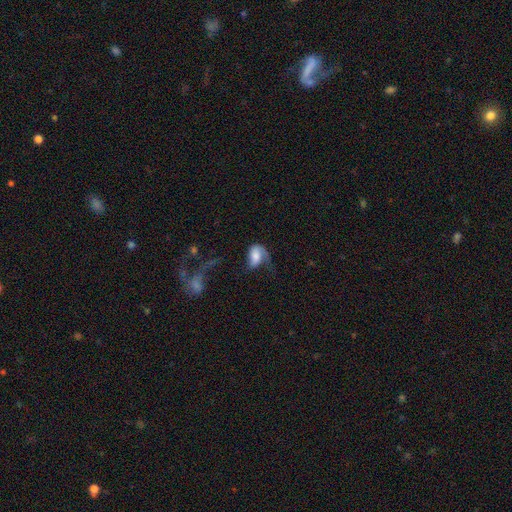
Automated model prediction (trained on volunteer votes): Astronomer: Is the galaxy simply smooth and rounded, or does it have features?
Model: featured or disk — 46% (runner-up: smooth, 45%).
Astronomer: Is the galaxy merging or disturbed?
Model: major disturbance — 47% (runner-up: none, 26%).